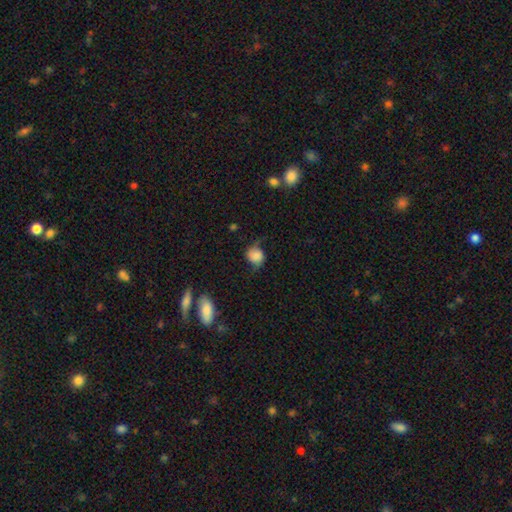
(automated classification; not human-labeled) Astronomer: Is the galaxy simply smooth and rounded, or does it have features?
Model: smooth — 60%.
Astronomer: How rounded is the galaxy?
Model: round — 72%.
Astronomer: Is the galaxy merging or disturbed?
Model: none — 56%.